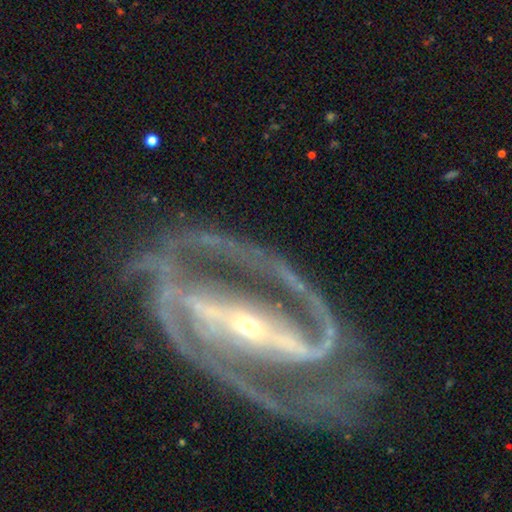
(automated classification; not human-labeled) Smooth or featured?
  - featured or disk: 93% *
  - star or artifact: 5%
  - smooth: 3%
Edge-on disk?
  - no: 96% *
  - yes: 4%
Bar?
  - strong: 80% *
  - weak: 13%
  - no: 7%
Spiral arms?
  - yes: 98% *
  - no: 2%
Spiral winding?
  - medium: 51% *
  - tight: 36%
  - loose: 13%
Spiral arm count?
  - 2: 74% *
  - 3: 10%
  - can't tell: 5%
  - 4: 4%
  - 1: 4%
  - more than 4: 4%
Bulge size?
  - small: 77% *
  - moderate: 19%
  - large: 2%
  - none: 1%
  - dominant: 1%
Merging?
  - none: 62% *
  - minor disturbance: 19%
  - major disturbance: 16%
  - merger: 4%